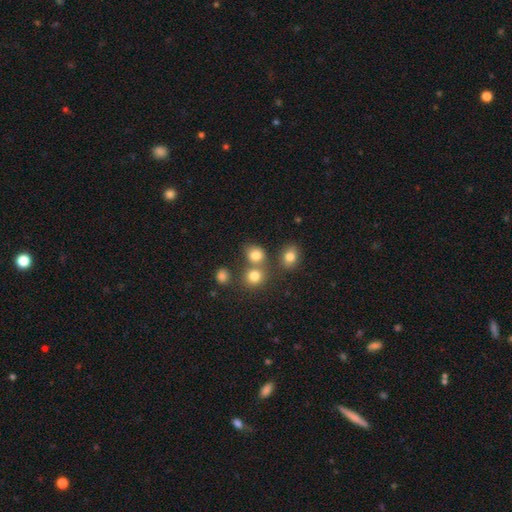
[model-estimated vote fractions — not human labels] Smooth or featured? smooth (79%)
How rounded? round (73%)
Merging? none (58%)